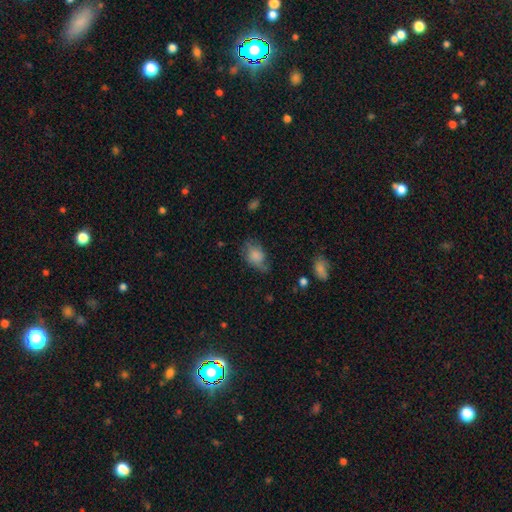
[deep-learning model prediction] The model was most divided on "merging": none: 47%, minor disturbance: 33%, major disturbance: 17%, merger: 2%. More confident: how rounded — in between (80%); smooth or featured — smooth (73%).